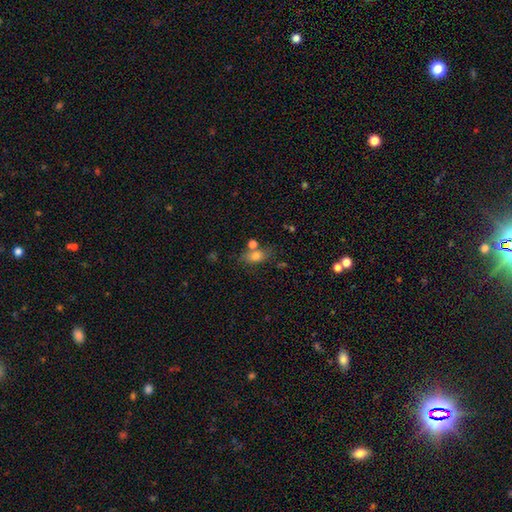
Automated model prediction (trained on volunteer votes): Overall: smooth (75%). How rounded: in between (75%). Merging: none (55%; merger 24%).